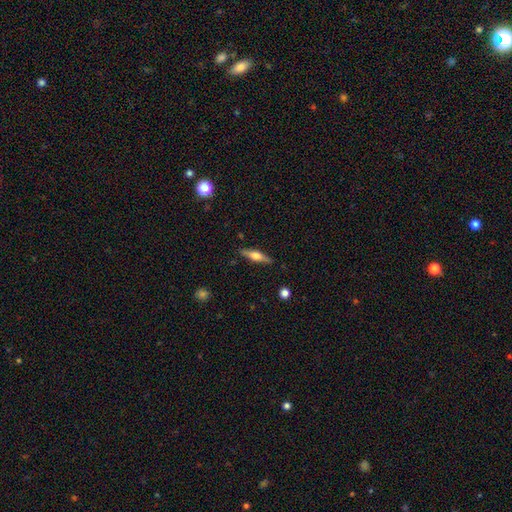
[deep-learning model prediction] Smooth or featured? featured or disk (58%)
Edge-on disk? yes (96%)
Edge-on bulge? rounded (90%)
Merging? none (88%)